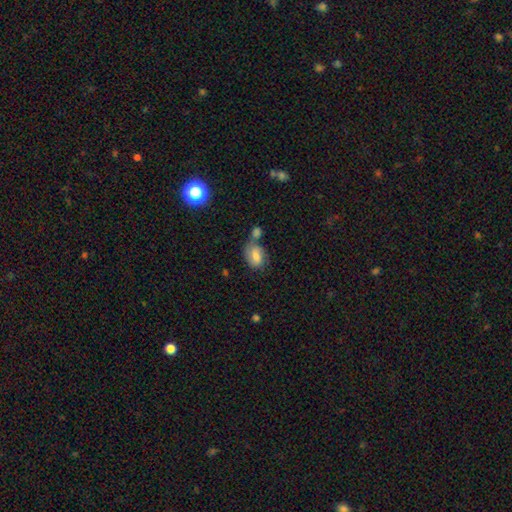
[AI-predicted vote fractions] A smooth galaxy with no disk features (67%) that is in between round and cigar-shaped (74%). Merging: none (40%).